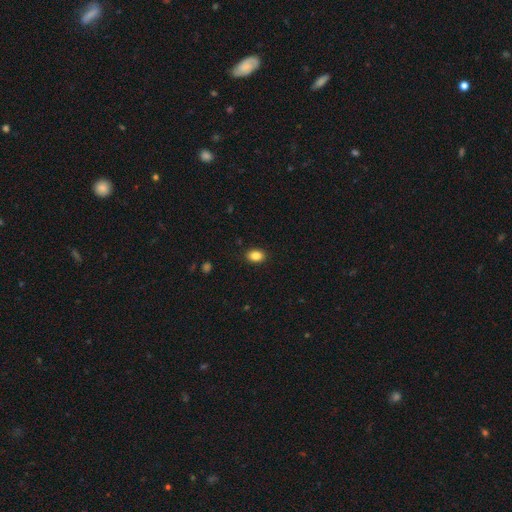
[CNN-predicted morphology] smooth_or_featured: smooth (p=0.86) [alt: star or artifact p=0.09]
how_rounded: in between (p=0.73) [alt: round p=0.26]
merging: none (p=0.90) [alt: minor disturbance p=0.07]